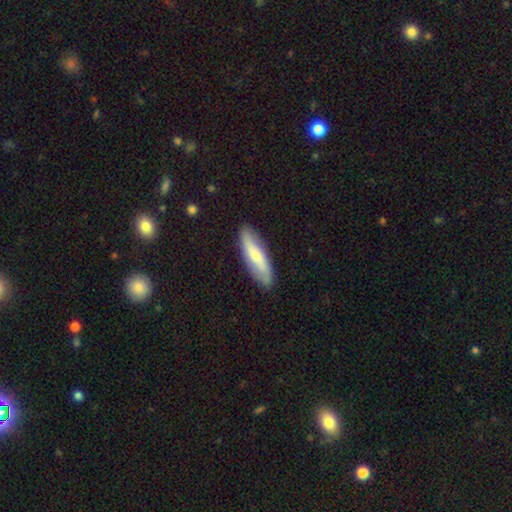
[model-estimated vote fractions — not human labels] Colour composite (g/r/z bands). It shows a smooth galaxy with no disk features (52%) that is cigar-shaped (61%). Merging: none (86%).